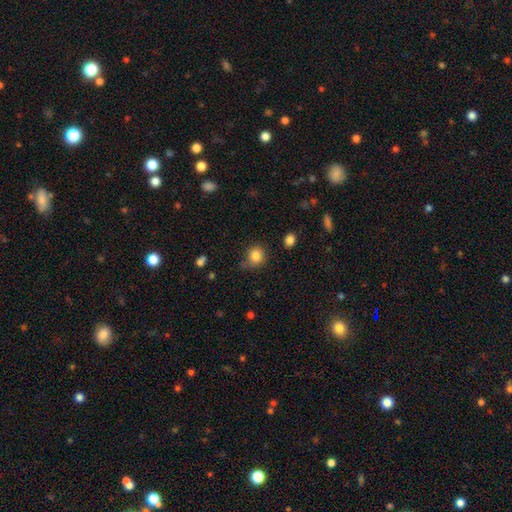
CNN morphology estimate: A smooth galaxy with no disk features (84%) that is round (81%). Merging: none (68%).